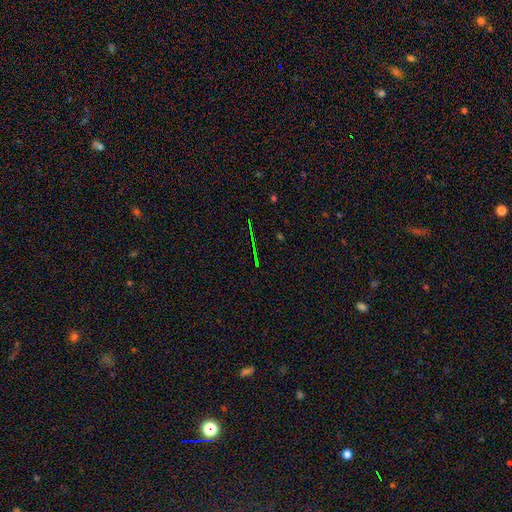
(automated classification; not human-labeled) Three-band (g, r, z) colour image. It shows a star or artifact, not a galaxy (77%).